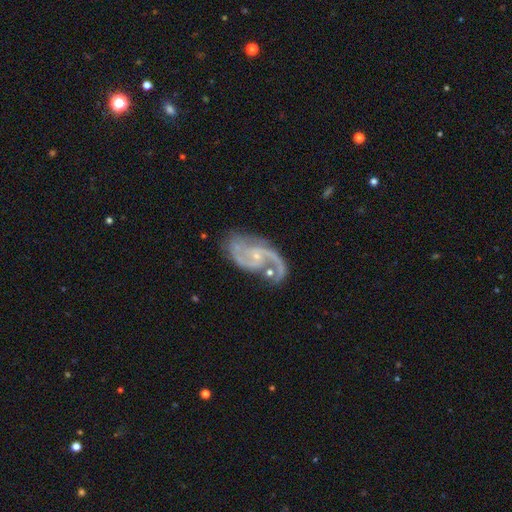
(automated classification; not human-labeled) This is clearly a featured or disk galaxy (91%). It is clearly not viewed edge-on (98%). Bar: possibly no (57%). Spiral arm pattern: clearly yes (97%). Spiral arm count: clearly 2 (85%). Spiral winding: possibly medium (55%). Central bulge: likely small (78%). Merging: likely none (61%).